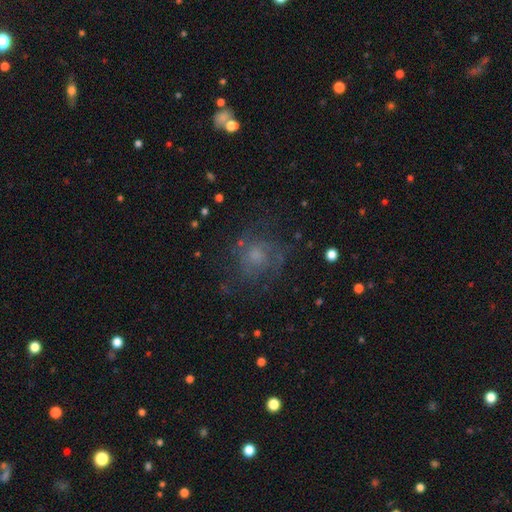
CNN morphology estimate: smooth_or_featured: featured or disk (p=0.47) [alt: smooth p=0.36]
merging: none (p=0.66) [alt: minor disturbance p=0.17]